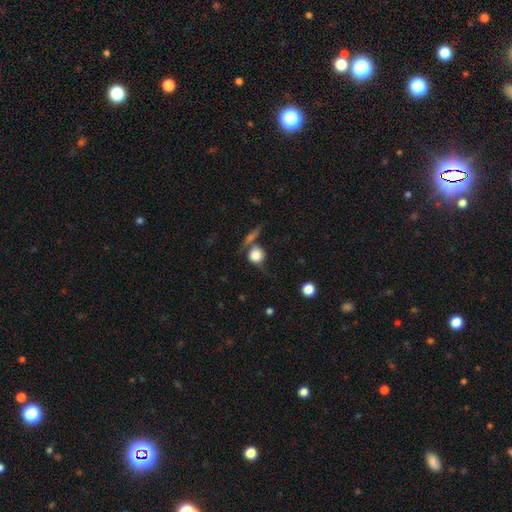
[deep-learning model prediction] A smooth galaxy with no disk features (75%) that is round (90%). Merging: none (58%).